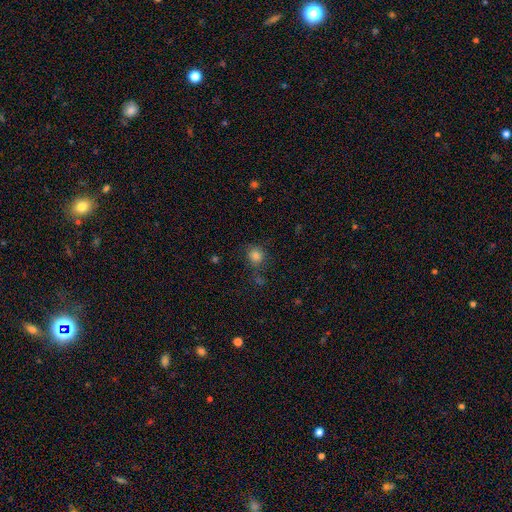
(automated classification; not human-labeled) Overall: smooth (79%). How rounded: round (83%). Merging: none (73%).